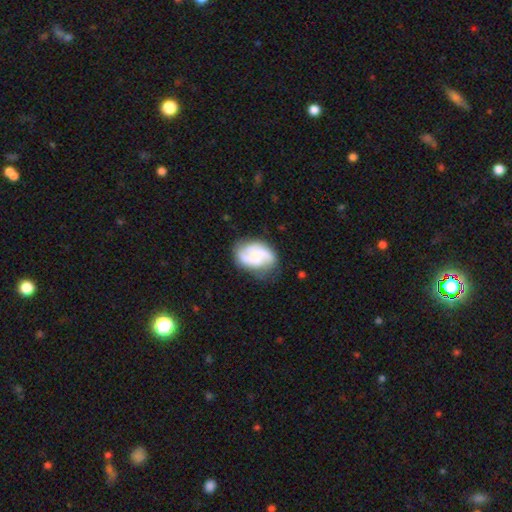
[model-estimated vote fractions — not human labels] smooth-or-featured: featured or disk: 65% | smooth: 28% | star or artifact: 7%
  disk-edge-on: no: 98% | yes: 2%
    bar: no: 63% | weak: 30% | strong: 7%
    has-spiral-arms: yes: 89% | no: 11%
      spiral-winding: medium: 45% | loose: 30% | tight: 24%
      spiral-arm-count: 2: 54% | 3: 21% | can't tell: 15% | 1: 4% | 4: 4% | more than 4: 3%
    bulge-size: small: 40% | moderate: 26% | none: 23% | large: 8% | dominant: 2%
  merging: none: 61% | minor disturbance: 24% | major disturbance: 12% | merger: 2%